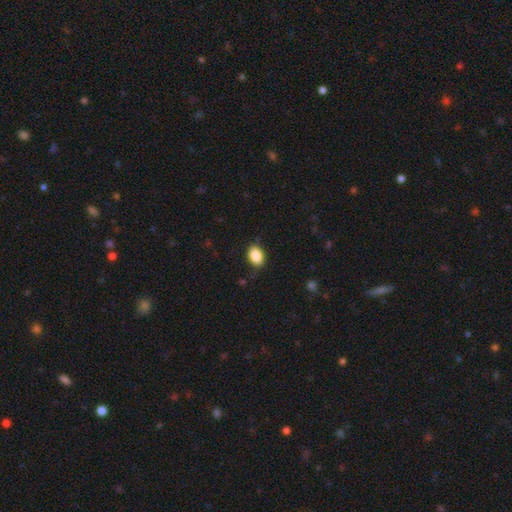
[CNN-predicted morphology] Overall: smooth (87%). How rounded: in between (81%). Merging: none (80%).